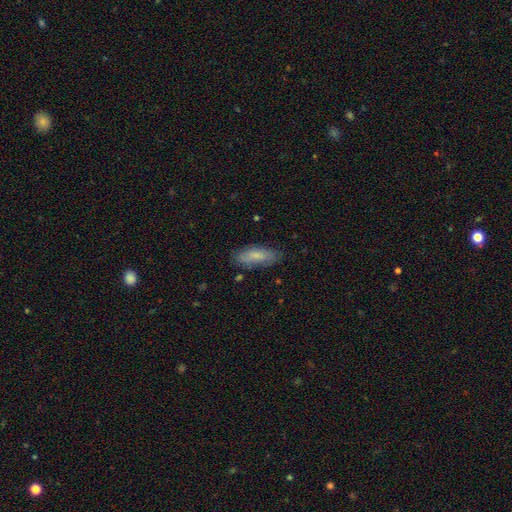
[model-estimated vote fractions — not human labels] smooth 74%, featured or disk 20%, star or artifact 6%. Down the decision tree: how rounded — in between (62%); merging — none (79%).